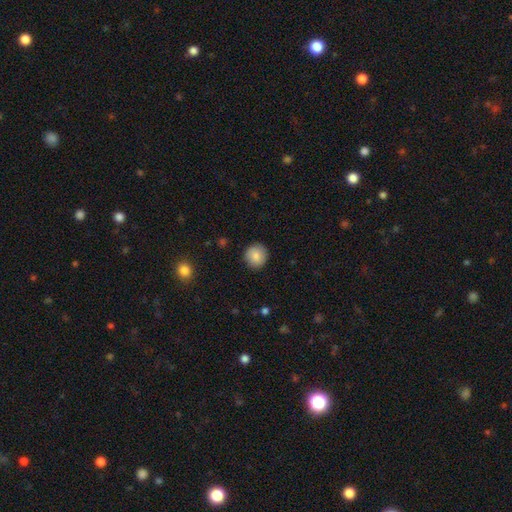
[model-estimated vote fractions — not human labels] smooth-or-featured: smooth: 85% | star or artifact: 7% | featured or disk: 7%
  how-rounded: round: 92% | in between: 7% | cigar-shaped: 1%
  merging: none: 89% | minor disturbance: 8% | major disturbance: 2% | merger: 1%